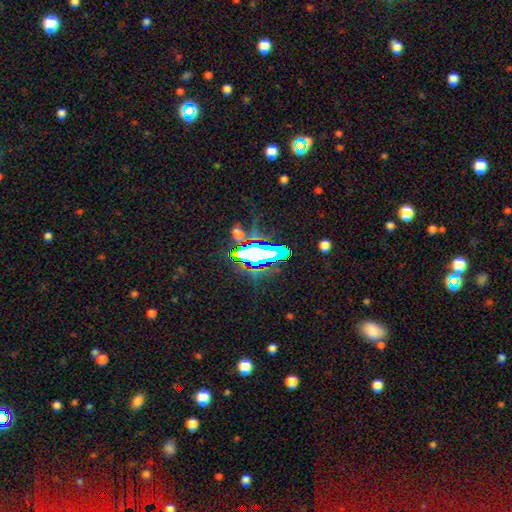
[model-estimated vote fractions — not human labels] This is possibly a star or artifact rather than a galaxy (53%).